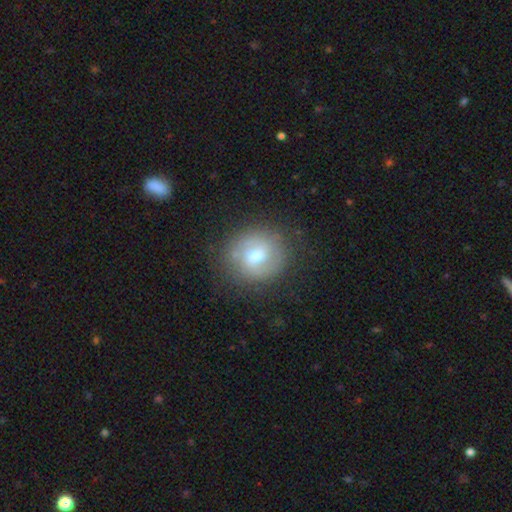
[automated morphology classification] Overall: smooth (49%; featured or disk 43%). Merging: none (78%).